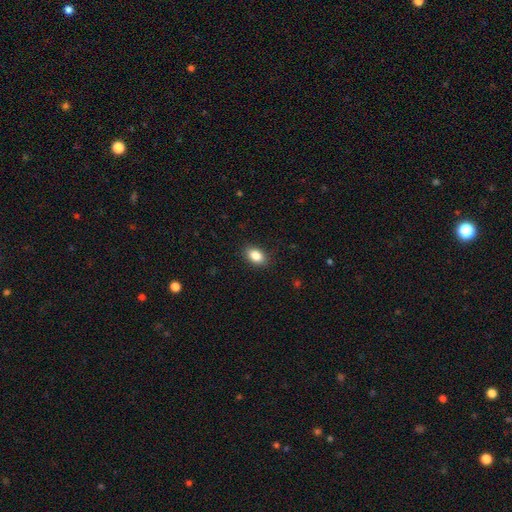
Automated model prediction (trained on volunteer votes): smooth 86%, star or artifact 8%, featured or disk 6%. Down the decision tree: how rounded — in between (84%); merging — none (87%).